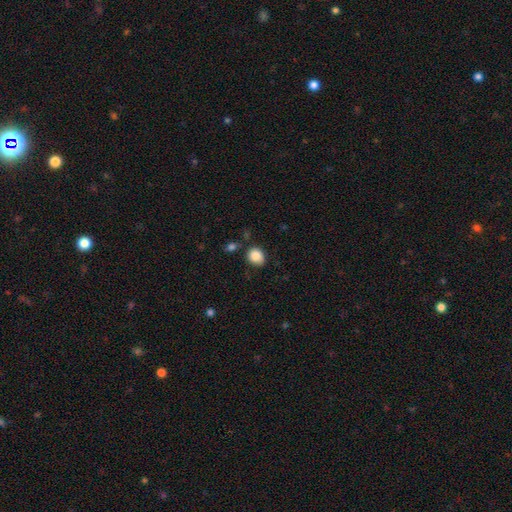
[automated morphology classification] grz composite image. It shows a smooth galaxy with no disk features (87%) that is round (59%). Merging: none (73%).